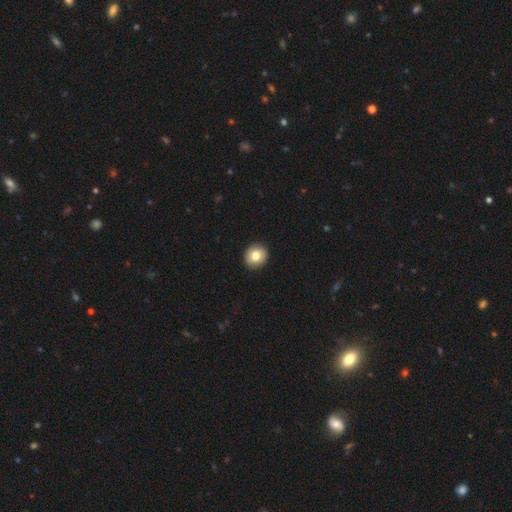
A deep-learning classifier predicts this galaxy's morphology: Q: Smooth or featured?
A: smooth (79%); runner-up: featured or disk (13%)
Q: How rounded?
A: round (77%); runner-up: in between (22%)
Q: Merging?
A: none (90%); runner-up: minor disturbance (7%)